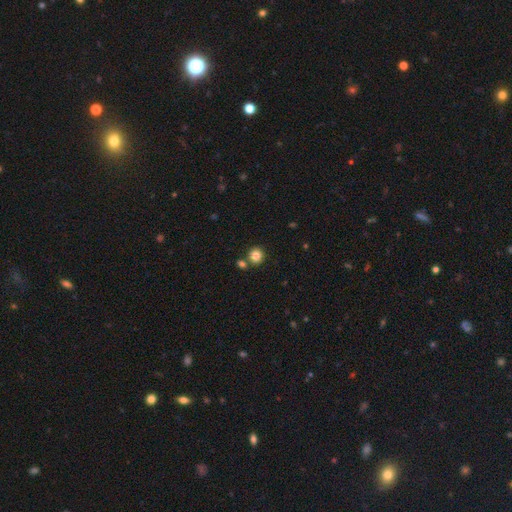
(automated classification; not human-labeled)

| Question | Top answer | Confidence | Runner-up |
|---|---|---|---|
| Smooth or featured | smooth | 84% | star or artifact (11%) |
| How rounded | round | 86% | in between (13%) |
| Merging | none | 75% | merger (14%) |